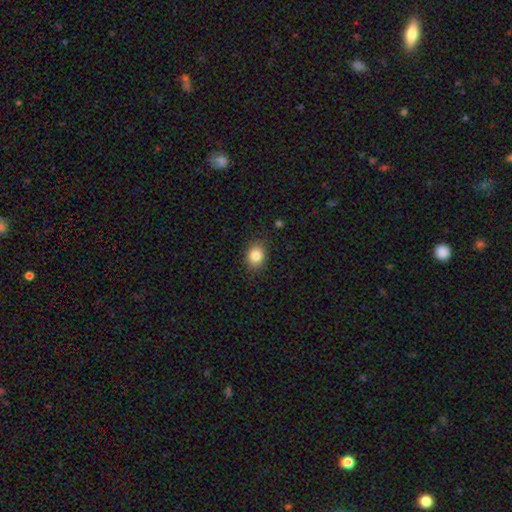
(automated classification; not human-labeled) This appears to be a smooth galaxy with no disk features (85%) that is round (51%). Merging: none (87%).